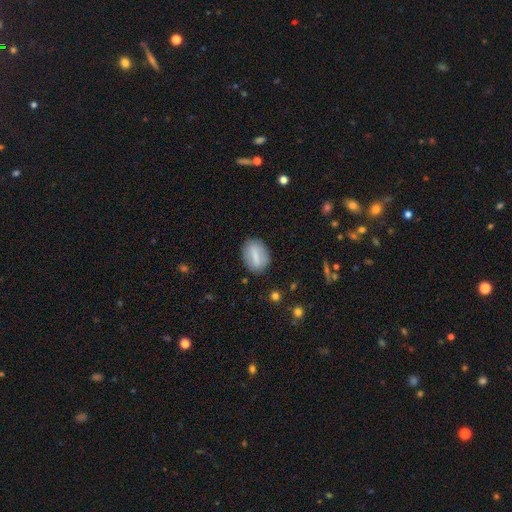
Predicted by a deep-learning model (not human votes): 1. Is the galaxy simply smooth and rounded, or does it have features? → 68% smooth, 25% featured or disk, 7% star or artifact.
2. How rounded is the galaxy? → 79% in between, 17% round, 4% cigar-shaped.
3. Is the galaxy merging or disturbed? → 81% none, 13% minor disturbance, 4% major disturbance, 2% merger.